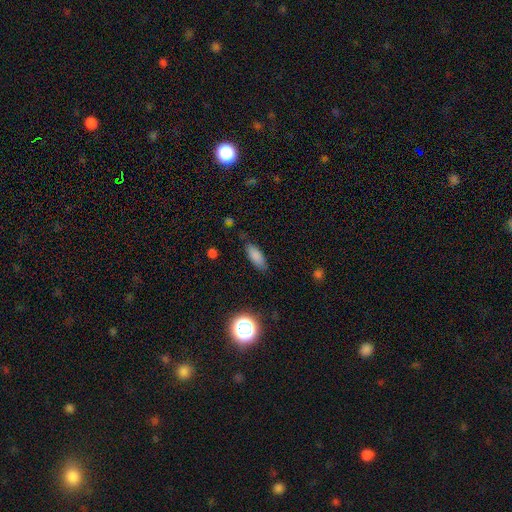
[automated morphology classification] A smooth galaxy with no disk features (83%) that is in between round and cigar-shaped (75%). Merging: none (82%).